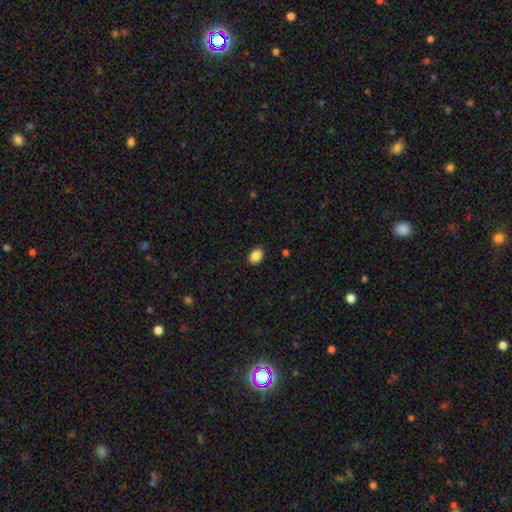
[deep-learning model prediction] This is clearly a smooth galaxy (88%). How rounded: likely in between (75%). Merging: clearly none (90%).